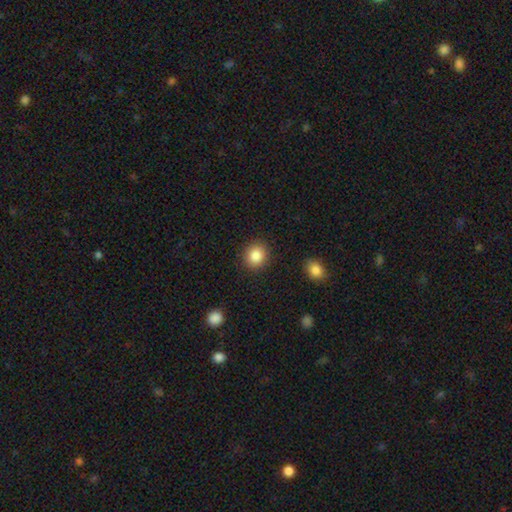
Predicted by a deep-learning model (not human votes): smooth-or-featured: smooth: 86% | star or artifact: 9% | featured or disk: 5%
  how-rounded: round: 80% | in between: 19% | cigar-shaped: 1%
  merging: none: 89% | minor disturbance: 7% | major disturbance: 2% | merger: 2%